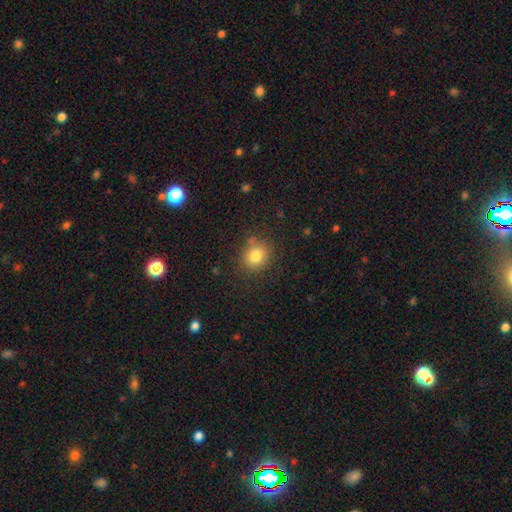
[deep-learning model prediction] smooth 80%, star or artifact 12%, featured or disk 8%. Down the decision tree: how rounded — round (74%); merging — none (80%).